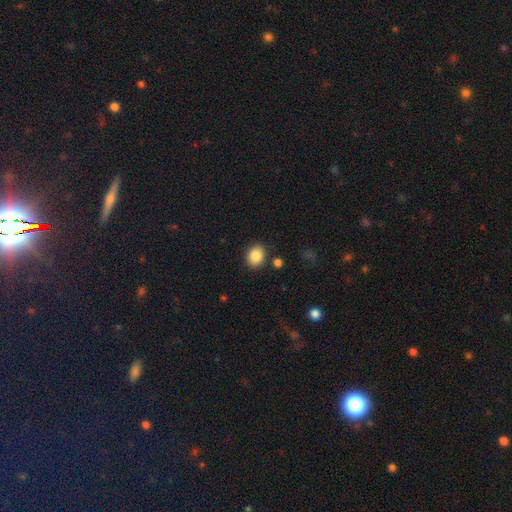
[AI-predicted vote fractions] Morphology: type=smooth (86%); roundness=round (52%); merging=none (85%).